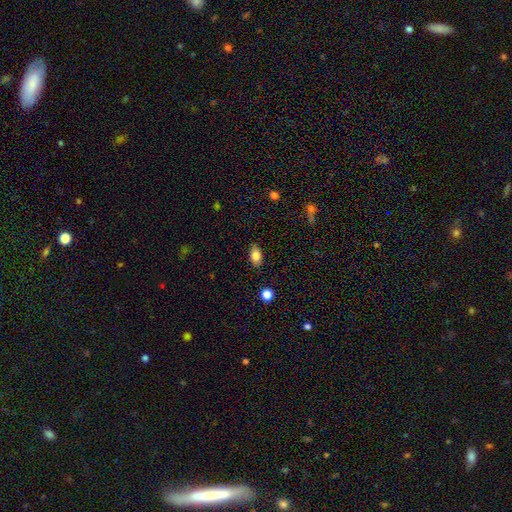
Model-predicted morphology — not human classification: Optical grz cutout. It shows a smooth galaxy with no disk features (82%) that is in between round and cigar-shaped (87%). Merging: none (85%).